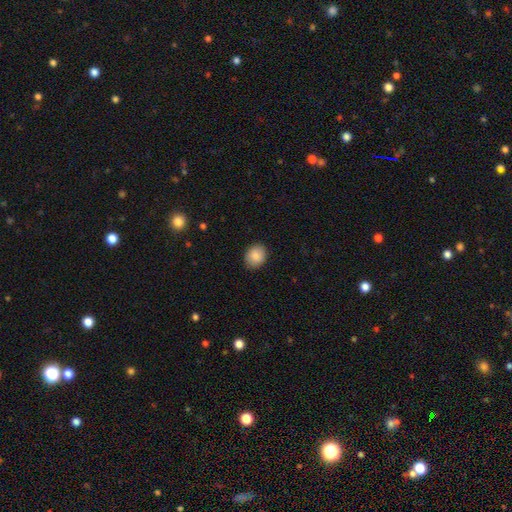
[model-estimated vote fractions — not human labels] The model was most divided on "how rounded": round: 51%, in between: 48%, cigar-shaped: 1%. More confident: smooth or featured — smooth (88%); merging — none (87%).